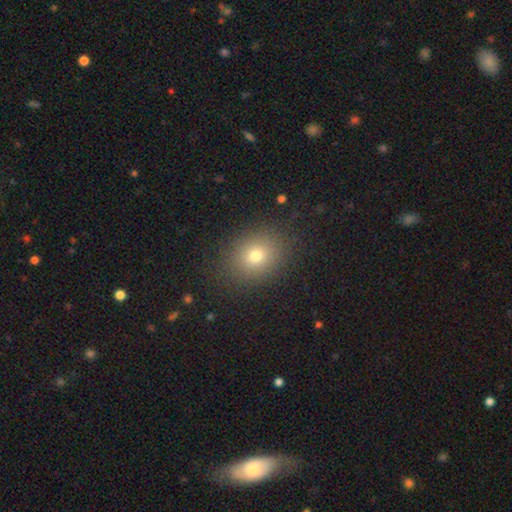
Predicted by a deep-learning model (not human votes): Q: Smooth or featured?
A: smooth (74%); runner-up: star or artifact (16%)
Q: How rounded?
A: round (53%); runner-up: in between (46%)
Q: Merging?
A: none (86%); runner-up: minor disturbance (9%)